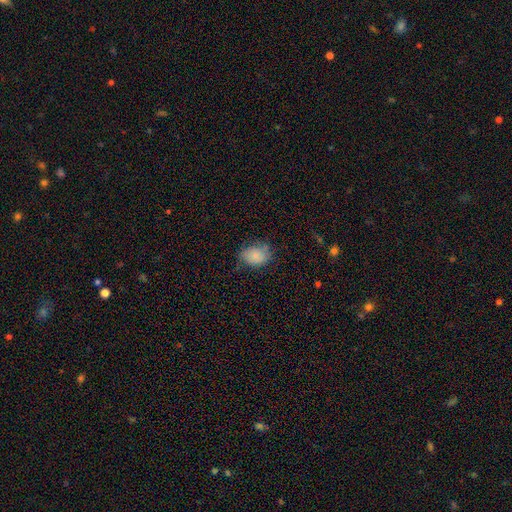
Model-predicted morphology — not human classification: Smooth or featured? Predicted: smooth (p=0.80). How rounded? Predicted: in between (p=0.71). Merging? Predicted: none (p=0.58).